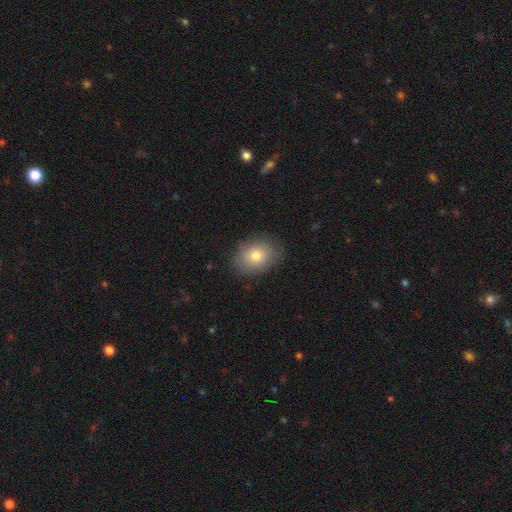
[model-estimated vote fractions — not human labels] A smooth galaxy with no disk features (78%) that is in between round and cigar-shaped (70%).

Vote fractions:
- Smooth or featured? smooth: 78% / featured or disk: 13% / star or artifact: 9%
- How rounded? in between: 70% / round: 29% / cigar-shaped: 1%
- Merging? none: 83% / minor disturbance: 13% / major disturbance: 3% / merger: 1%